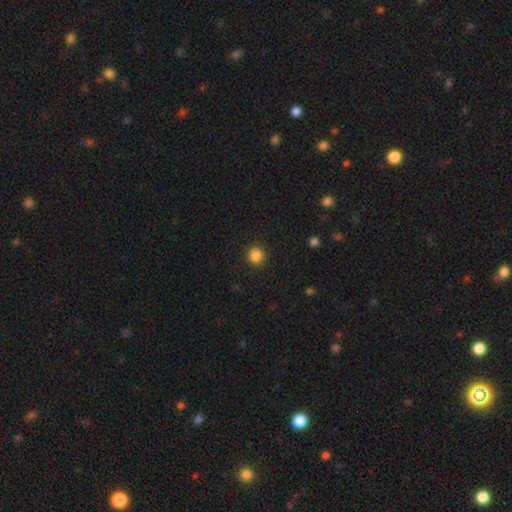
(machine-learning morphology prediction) Overall: smooth (85%). How rounded: round (94%). Merging: none (92%).